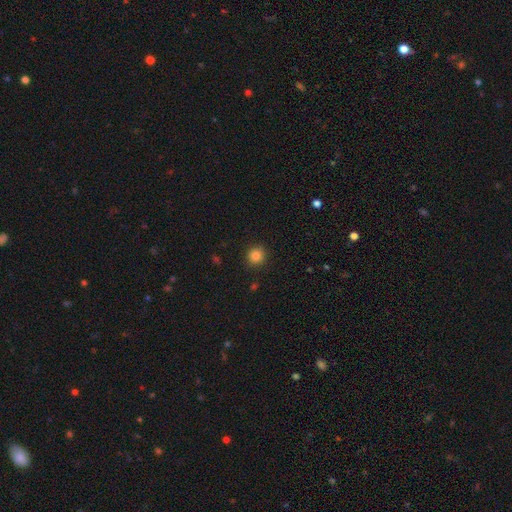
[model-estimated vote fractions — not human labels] Overall: smooth (84%). How rounded: round (92%). Merging: none (91%).